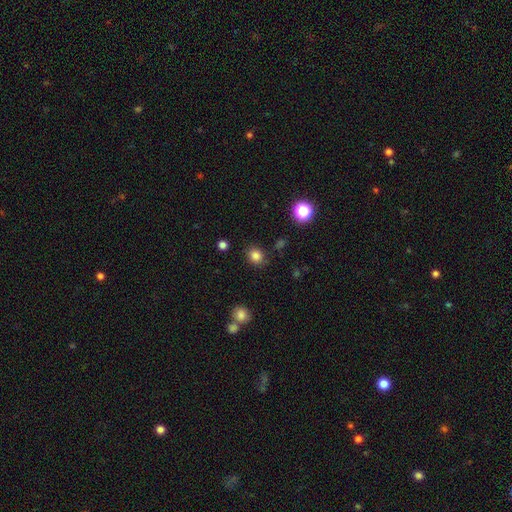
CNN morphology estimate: Smooth or featured? smooth (83%)
How rounded? round (76%)
Merging? none (85%)